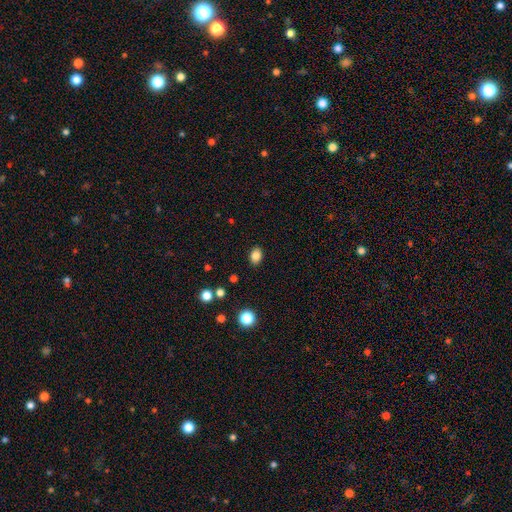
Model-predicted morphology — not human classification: A smooth galaxy with no disk features (84%) that is in between round and cigar-shaped (72%).

Vote fractions:
- Smooth or featured? smooth: 84% / star or artifact: 11% / featured or disk: 5%
- How rounded? in between: 72% / round: 27% / cigar-shaped: 1%
- Merging? none: 88% / minor disturbance: 9% / major disturbance: 2% / merger: 1%